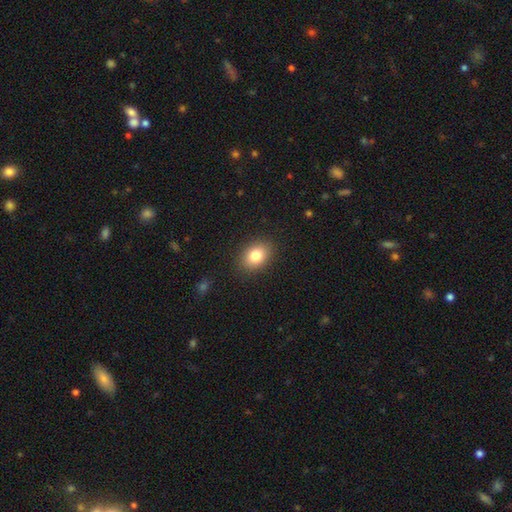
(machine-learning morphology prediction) Smooth or featured? smooth (81%)
How rounded? in between (65%)
Merging? none (88%)